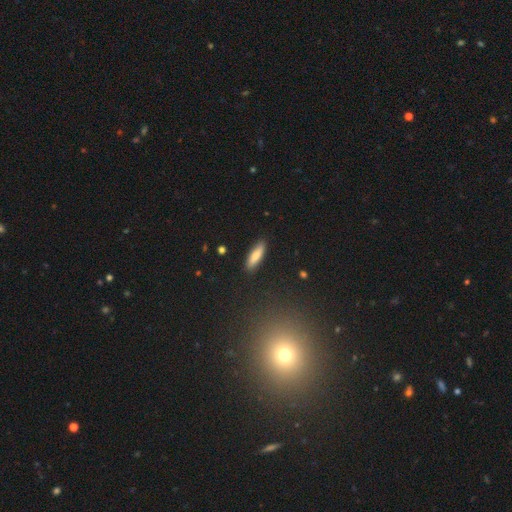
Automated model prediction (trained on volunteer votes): Smooth or featured? smooth (79%)
How rounded? cigar-shaped (62%)
Merging? none (88%)